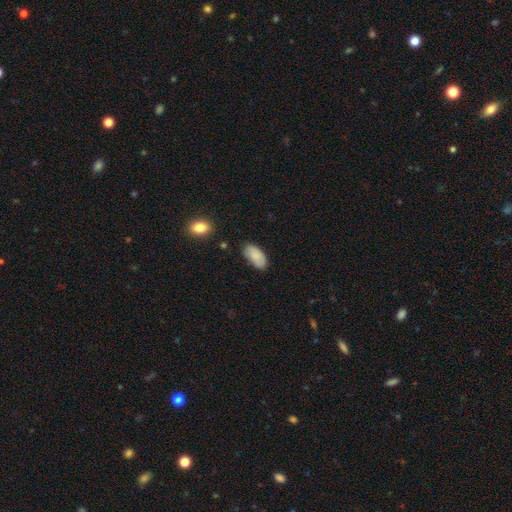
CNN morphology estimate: This appears to be a smooth galaxy with no disk features (83%) that is in between round and cigar-shaped (94%). Merging: none (73%).